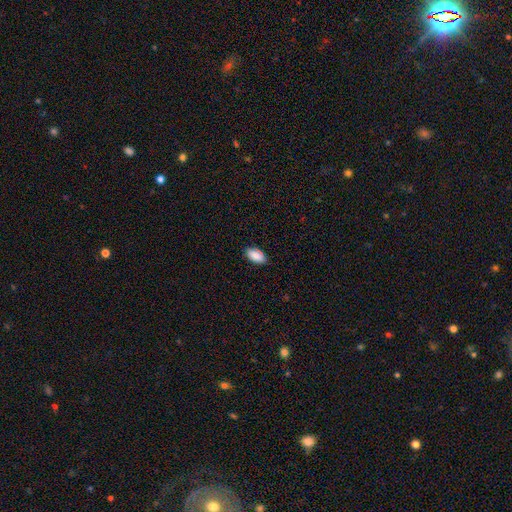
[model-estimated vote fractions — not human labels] A smooth galaxy with no disk features (88%) that is in between round and cigar-shaped (93%).

Vote fractions:
- Smooth or featured? smooth: 88% / star or artifact: 7% / featured or disk: 6%
- How rounded? in between: 93% / cigar-shaped: 4% / round: 3%
- Merging? none: 85% / minor disturbance: 12% / major disturbance: 2% / merger: 1%